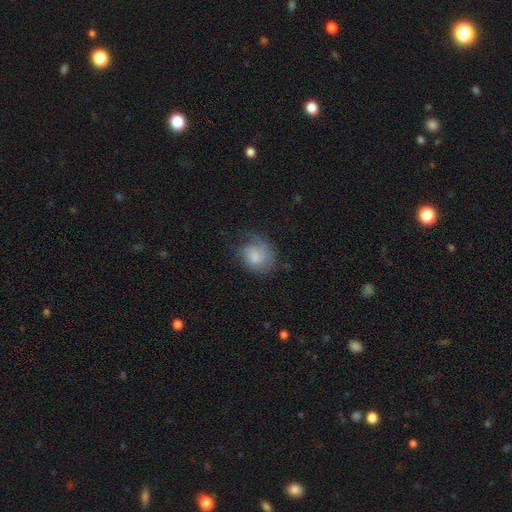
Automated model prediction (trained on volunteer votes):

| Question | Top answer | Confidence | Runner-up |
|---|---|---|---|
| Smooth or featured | smooth | 54% | featured or disk (39%) |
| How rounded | round | 57% | in between (42%) |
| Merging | none | 42% | major disturbance (28%) |